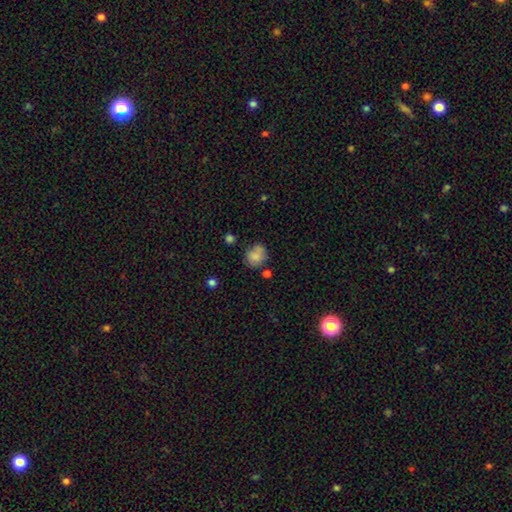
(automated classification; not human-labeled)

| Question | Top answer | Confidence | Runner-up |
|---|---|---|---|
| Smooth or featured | smooth | 81% | featured or disk (10%) |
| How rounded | round | 73% | in between (26%) |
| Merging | none | 64% | minor disturbance (22%) |